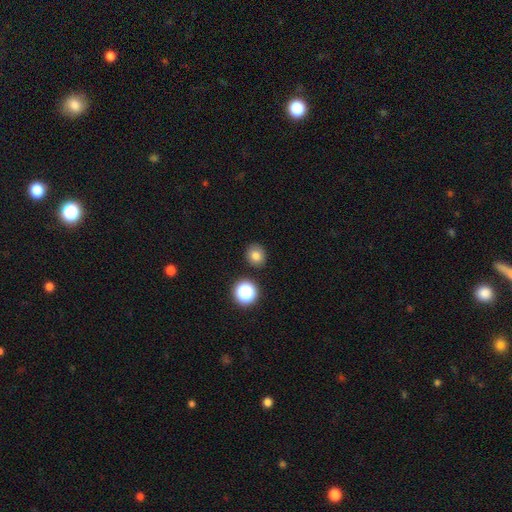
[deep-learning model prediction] Smooth or featured? Predicted: smooth (p=0.78). How rounded? Predicted: round (p=0.80). Merging? Predicted: none (p=0.88).